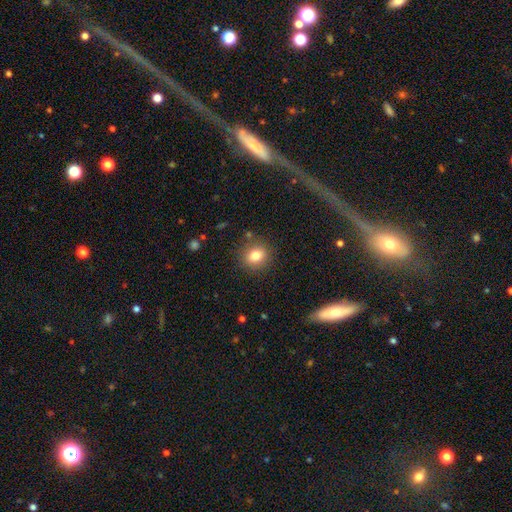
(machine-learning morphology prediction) Smooth or featured? smooth (81%)
How rounded? round (68%)
Merging? none (87%)